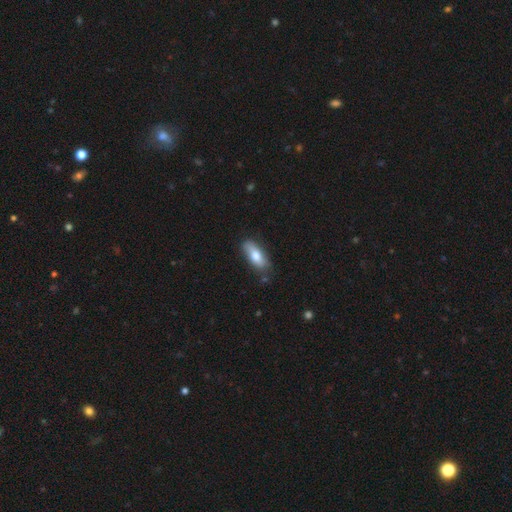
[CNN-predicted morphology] smooth 72%, featured or disk 21%, star or artifact 6%. Down the decision tree: how rounded — in between (76%); merging — none (76%).